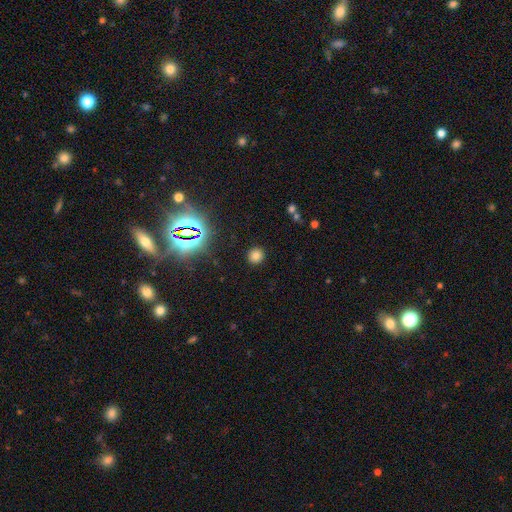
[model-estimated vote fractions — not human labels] smooth_or_featured: smooth (p=0.74) [alt: star or artifact p=0.19]
how_rounded: round (p=0.90) [alt: in between p=0.09]
merging: none (p=0.90) [alt: minor disturbance p=0.06]